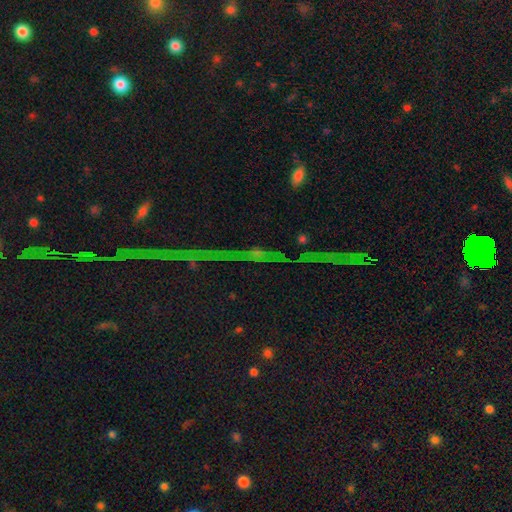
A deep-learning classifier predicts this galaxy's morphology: Q: Smooth or featured?
A: star or artifact (75%); runner-up: featured or disk (14%)